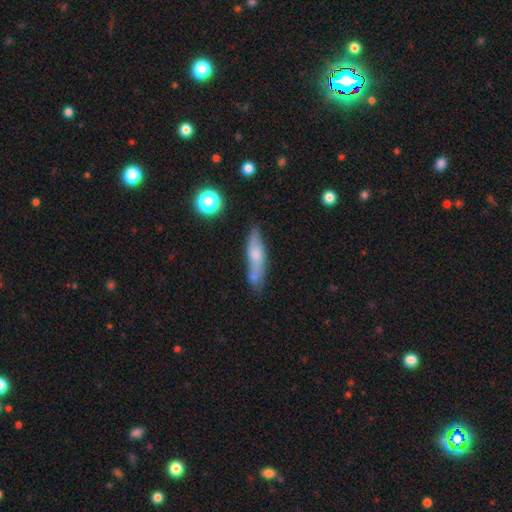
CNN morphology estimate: smooth 54%, featured or disk 38%, star or artifact 9%. Down the decision tree: how rounded — cigar-shaped (72%); merging — none (63%).